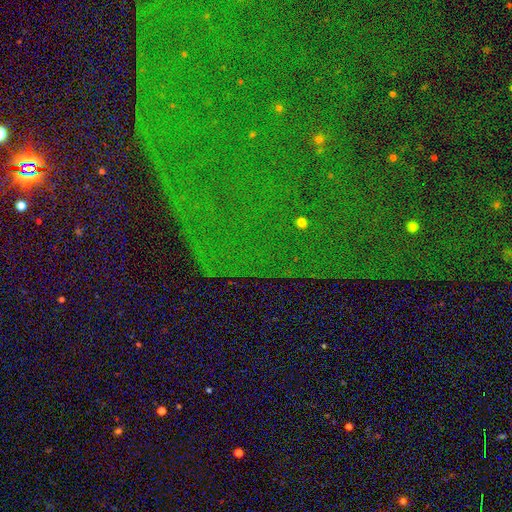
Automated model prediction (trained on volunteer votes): Q: Smooth or featured?
A: star or artifact (87%); runner-up: featured or disk (7%)